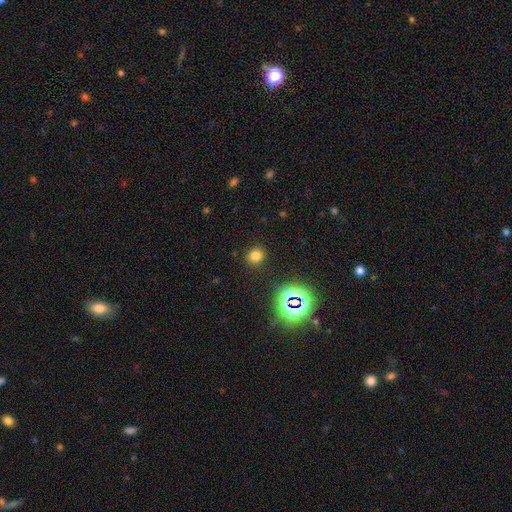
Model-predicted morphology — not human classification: Smooth or featured? smooth (74%)
How rounded? round (77%)
Merging? none (89%)